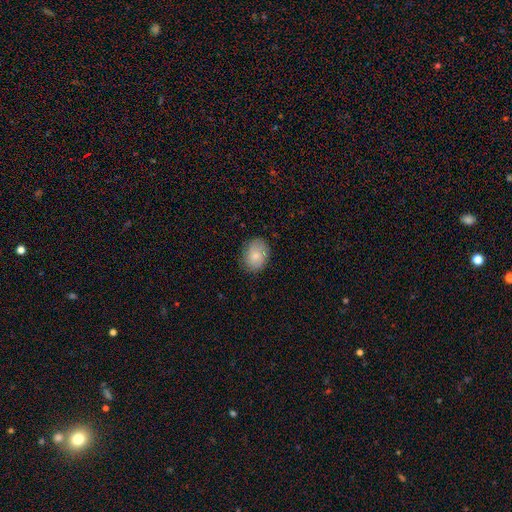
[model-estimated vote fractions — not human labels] A smooth galaxy with no disk features (81%) that is in between round and cigar-shaped (60%). Merging: none (82%).